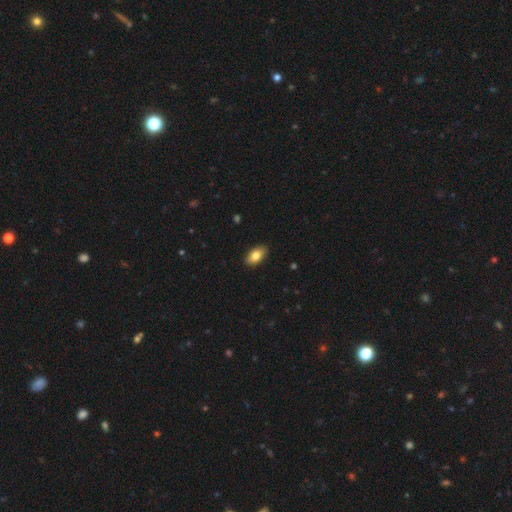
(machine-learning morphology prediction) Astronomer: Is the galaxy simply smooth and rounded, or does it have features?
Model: smooth — 82%.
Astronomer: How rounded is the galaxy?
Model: in between — 93%.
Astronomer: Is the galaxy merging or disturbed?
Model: none — 89%.